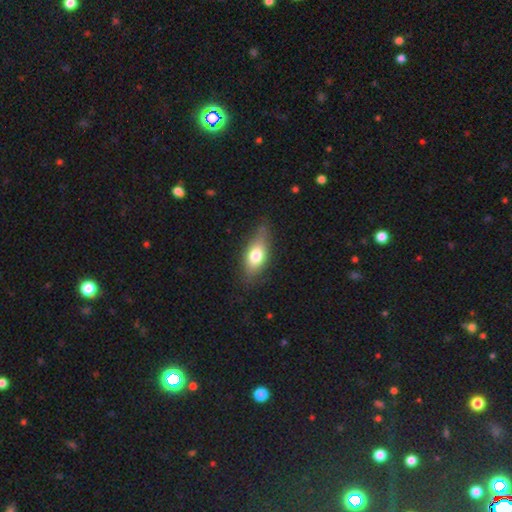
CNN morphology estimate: This appears to be a smooth galaxy with no disk features (70%) that is in between round and cigar-shaped (77%). Merging: none (73%).